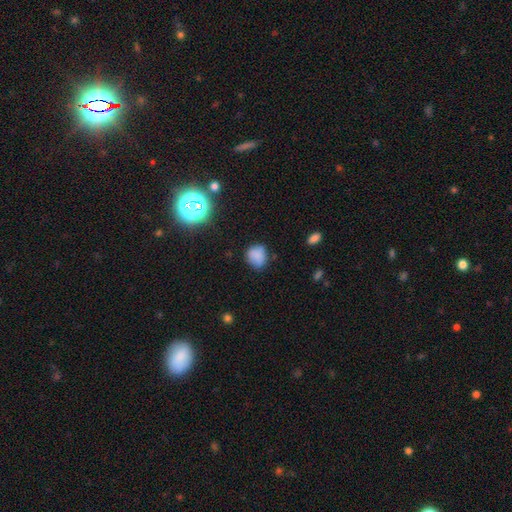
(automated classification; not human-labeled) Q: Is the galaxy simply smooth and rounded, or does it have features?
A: smooth — 79%.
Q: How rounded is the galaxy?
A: round — 64%.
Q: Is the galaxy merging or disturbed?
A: none — 65%.